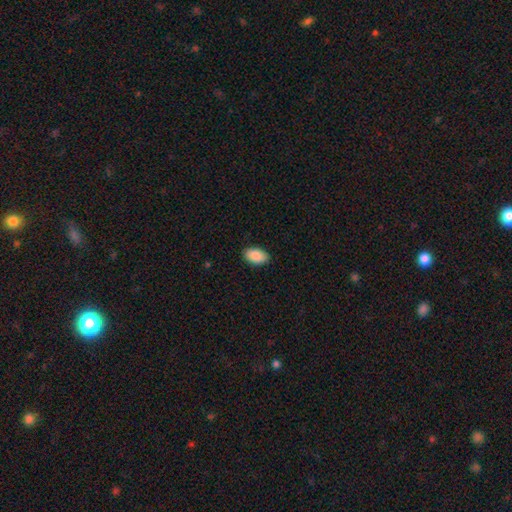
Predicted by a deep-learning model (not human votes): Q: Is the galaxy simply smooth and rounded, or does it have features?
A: smooth — 90%.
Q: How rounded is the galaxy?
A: in between — 94%.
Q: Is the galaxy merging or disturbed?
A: none — 88%.